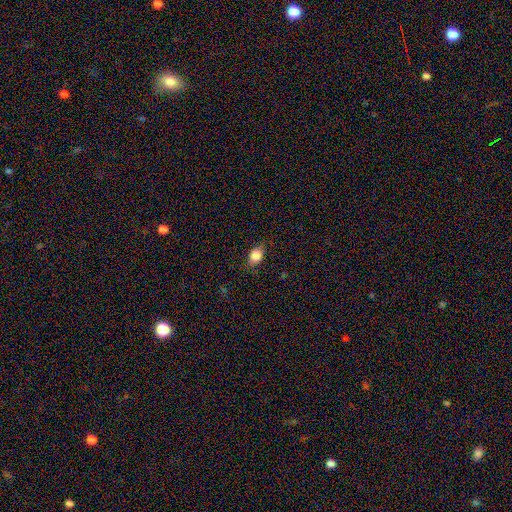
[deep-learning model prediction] Q: Smooth or featured?
A: smooth (83%); runner-up: star or artifact (10%)
Q: How rounded?
A: in between (58%); runner-up: round (40%)
Q: Merging?
A: none (78%); runner-up: minor disturbance (17%)